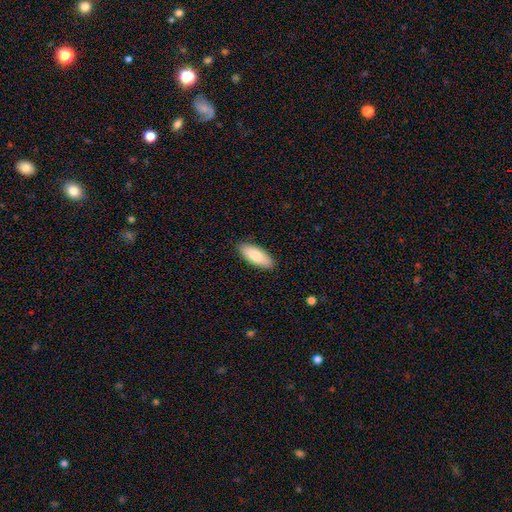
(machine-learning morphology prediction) Smooth or featured: smooth — 84% (featured or disk — 11%)
How rounded: in between — 76% (cigar-shaped — 22%)
Merging: none — 88% (minor disturbance — 9%)